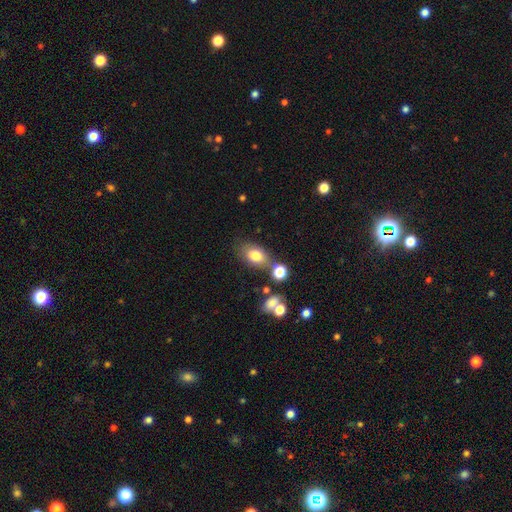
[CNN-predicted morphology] This is likely a smooth galaxy (77%). How rounded: clearly in between (81%). Merging: likely none (62%).